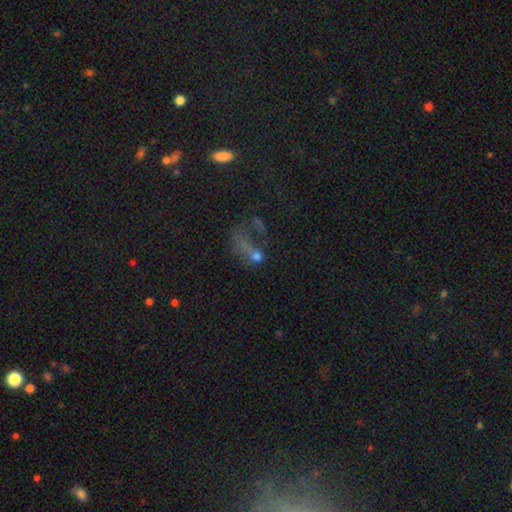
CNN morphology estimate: smooth-or-featured: smooth: 51% | featured or disk: 27% | star or artifact: 23%
  how-rounded: round: 49% | in between: 47% | cigar-shaped: 4%
  merging: major disturbance: 44% | merger: 28% | none: 19% | minor disturbance: 9%